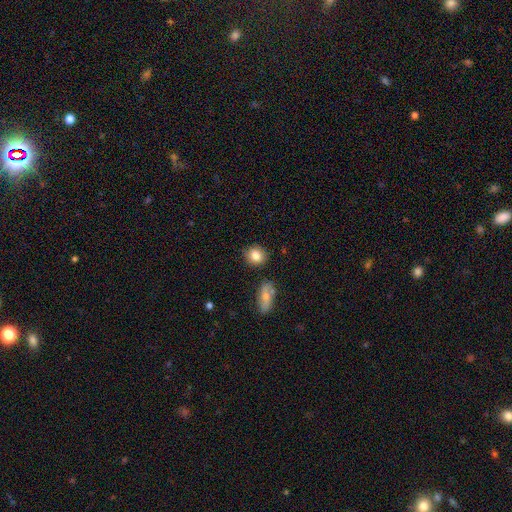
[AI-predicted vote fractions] A smooth galaxy with no disk features (84%) that is round (76%).

Vote fractions:
- Smooth or featured? smooth: 84% / star or artifact: 8% / featured or disk: 8%
- How rounded? round: 76% / in between: 23% / cigar-shaped: 2%
- Merging? none: 84% / minor disturbance: 10% / merger: 4% / major disturbance: 2%